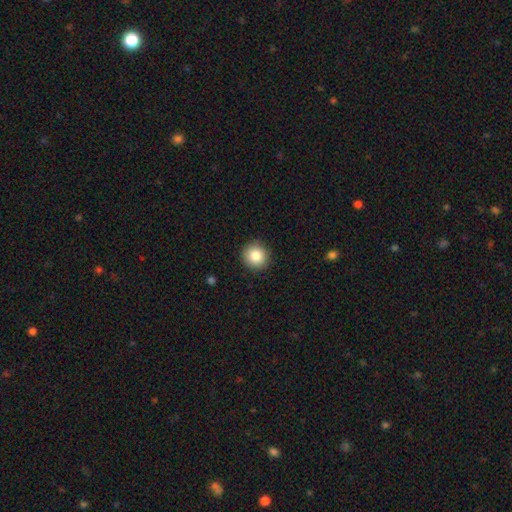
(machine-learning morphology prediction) A smooth galaxy with no disk features (85%) that is round (93%). Merging: none (91%).